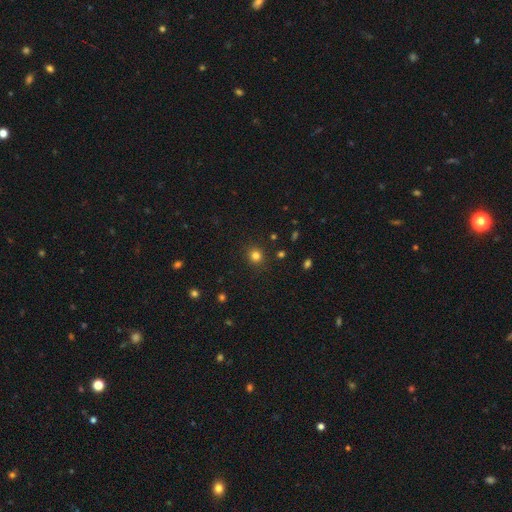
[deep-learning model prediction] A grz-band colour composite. It shows a smooth galaxy with no disk features (80%) that is round (91%). Merging: none (90%).